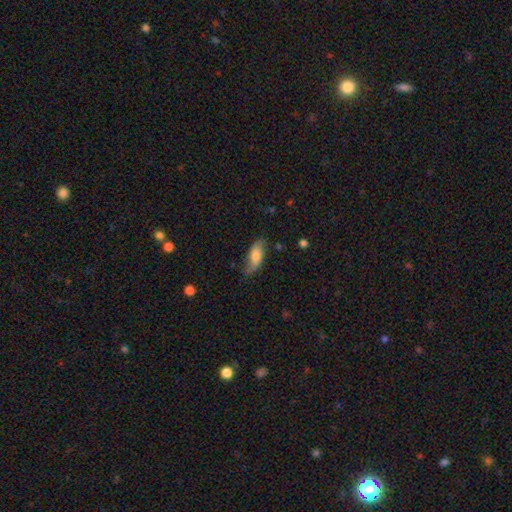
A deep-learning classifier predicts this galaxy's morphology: Smooth or featured?
  - smooth: 63% *
  - featured or disk: 31%
  - star or artifact: 7%
How rounded?
  - in between: 79% *
  - cigar-shaped: 18%
  - round: 3%
Merging?
  - none: 61% *
  - minor disturbance: 28%
  - major disturbance: 9%
  - merger: 2%